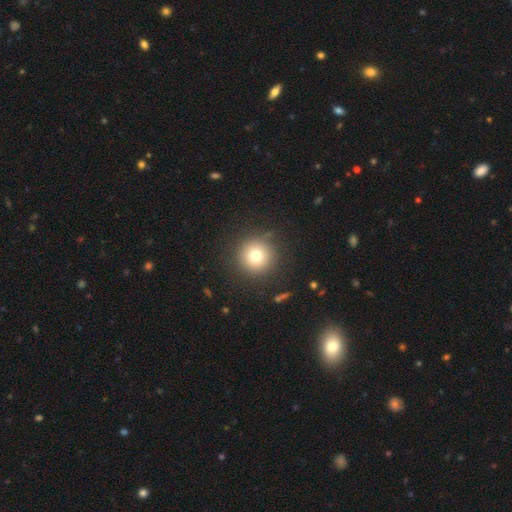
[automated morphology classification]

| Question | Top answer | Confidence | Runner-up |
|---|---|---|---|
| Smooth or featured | smooth | 75% | star or artifact (13%) |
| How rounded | round | 96% | in between (3%) |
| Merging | none | 88% | minor disturbance (7%) |